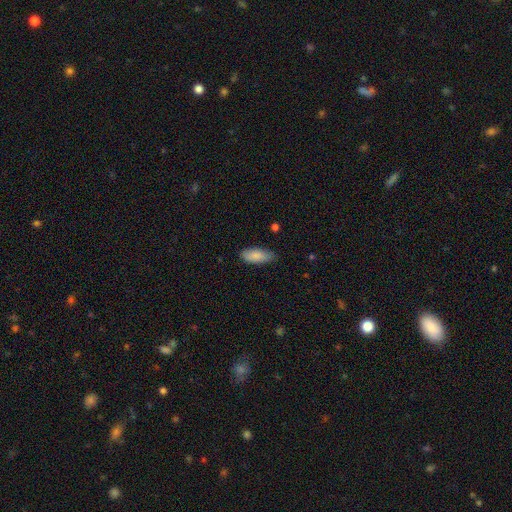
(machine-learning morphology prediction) A smooth galaxy with no disk features (87%) that is in between round and cigar-shaped (81%).

Vote fractions:
- Smooth or featured? smooth: 87% / featured or disk: 7% / star or artifact: 6%
- How rounded? in between: 81% / cigar-shaped: 17% / round: 2%
- Merging? none: 78% / minor disturbance: 18% / major disturbance: 3% / merger: 1%